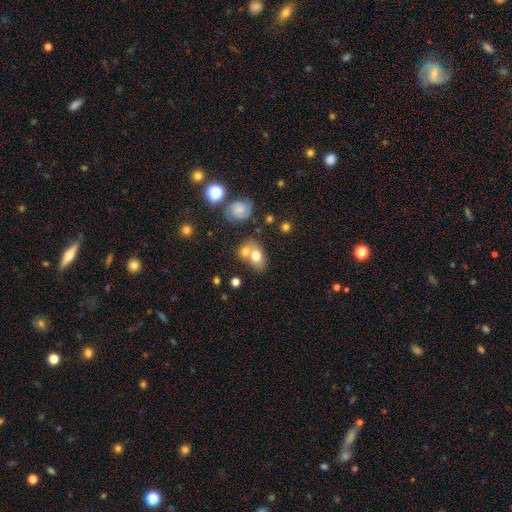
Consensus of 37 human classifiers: A smooth galaxy with no disk features (68%) that is in between round and cigar-shaped (52%).

Vote fractions:
- Smooth or featured? smooth: 68% / featured or disk: 30% / star or artifact: 3%
- How rounded? in between: 52% / round: 48% / cigar-shaped: 0%
- Merging? merger: 47% / none: 31% / minor disturbance: 19% / major disturbance: 3%